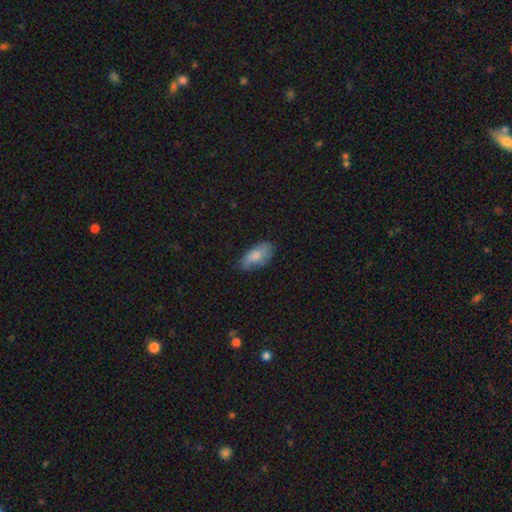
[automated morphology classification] A smooth galaxy with no disk features (71%) that is in between round and cigar-shaped (92%). Merging: none (61%).